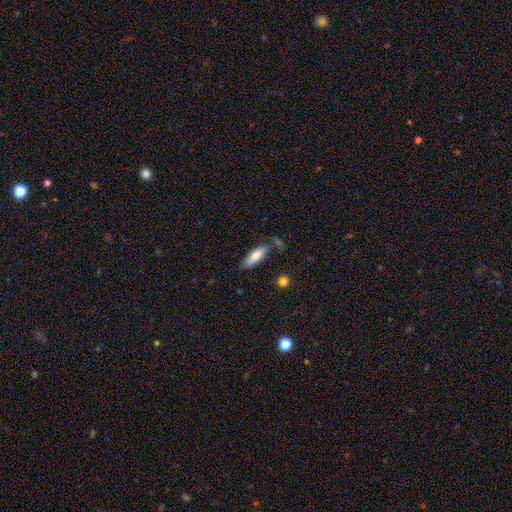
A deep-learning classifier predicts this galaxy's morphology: smooth 79%, featured or disk 14%, star or artifact 6%. Down the decision tree: how rounded — in between (56%); merging — none (71%).